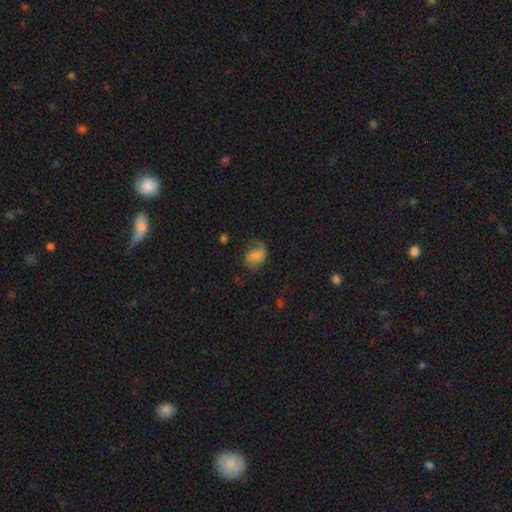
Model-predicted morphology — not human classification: Smooth or featured?
  - smooth: 58% *
  - featured or disk: 33%
  - star or artifact: 10%
How rounded?
  - in between: 70% *
  - round: 29%
  - cigar-shaped: 1%
Merging?
  - none: 49% *
  - minor disturbance: 29%
  - major disturbance: 21%
  - merger: 2%